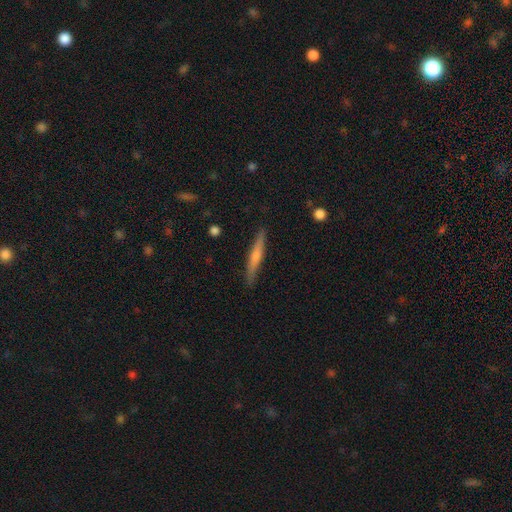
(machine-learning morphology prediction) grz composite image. It shows a featured or disk galaxy (58%) viewed edge-on (95%) with a rounded central bulge (74%). Merging: none (89%).